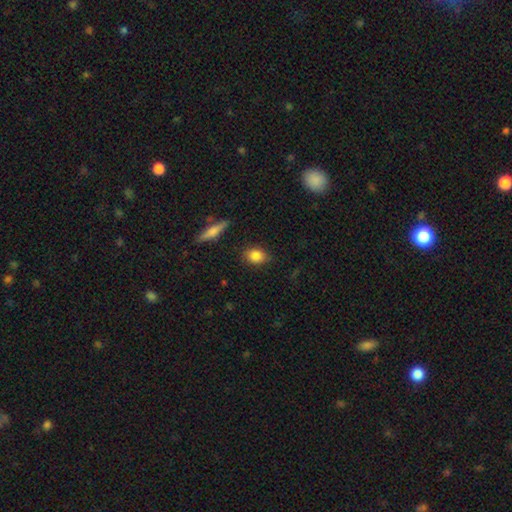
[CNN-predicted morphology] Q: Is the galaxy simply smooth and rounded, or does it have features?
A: smooth — 84%.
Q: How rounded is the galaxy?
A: in between — 57%.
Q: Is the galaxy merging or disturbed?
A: none — 81%.